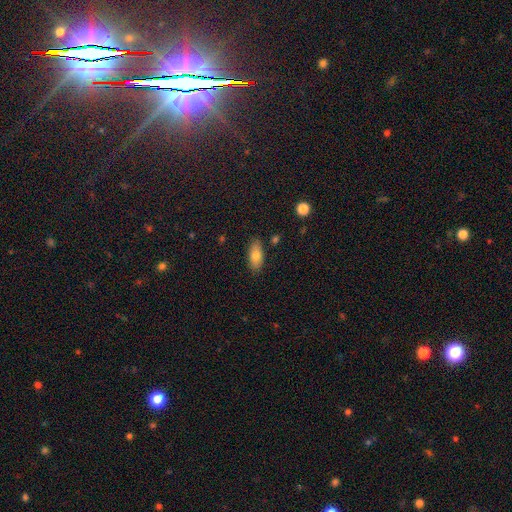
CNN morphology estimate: Smooth or featured?
  - smooth: 77% *
  - featured or disk: 15%
  - star or artifact: 7%
How rounded?
  - in between: 87% *
  - cigar-shaped: 10%
  - round: 4%
Merging?
  - none: 84% *
  - minor disturbance: 11%
  - major disturbance: 2%
  - merger: 2%